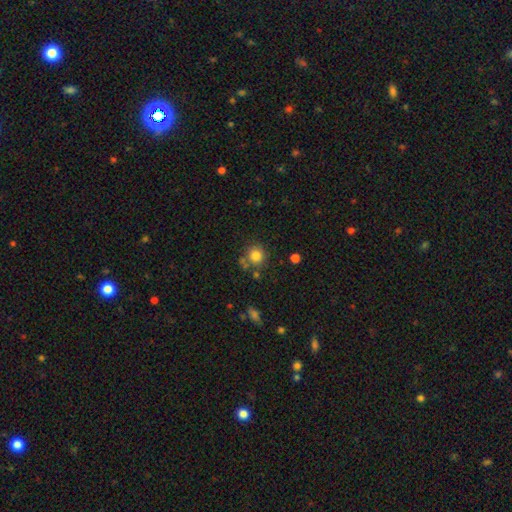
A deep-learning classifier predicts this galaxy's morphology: Smooth or featured? Predicted: smooth (p=0.82). How rounded? Predicted: round (p=0.89). Merging? Predicted: none (p=0.72).